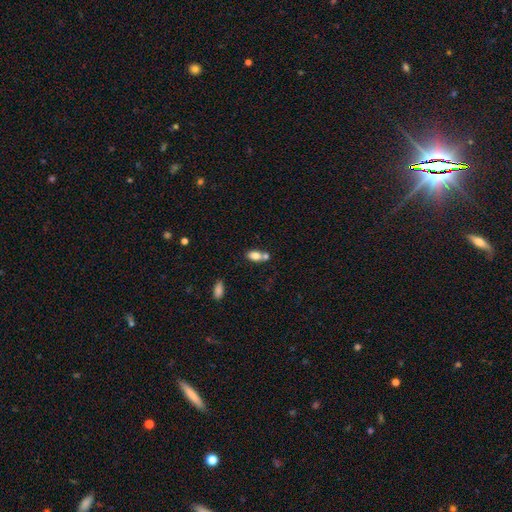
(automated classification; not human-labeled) smooth 79%, featured or disk 12%, star or artifact 9%. Down the decision tree: how rounded — in between (86%); merging — merger (42%, tied with none).